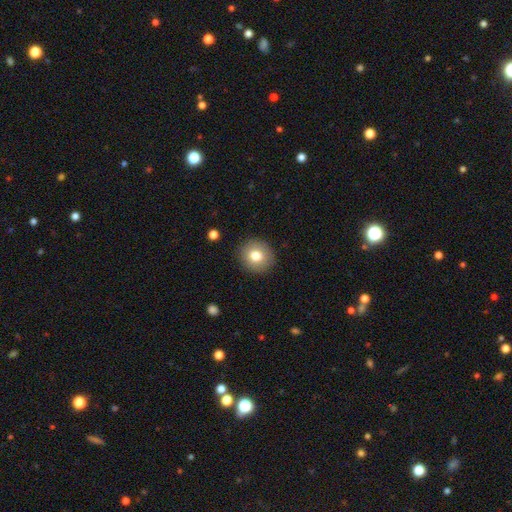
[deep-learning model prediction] Q: Smooth or featured?
A: smooth (78%); runner-up: featured or disk (12%)
Q: How rounded?
A: round (91%); runner-up: in between (8%)
Q: Merging?
A: none (90%); runner-up: minor disturbance (7%)